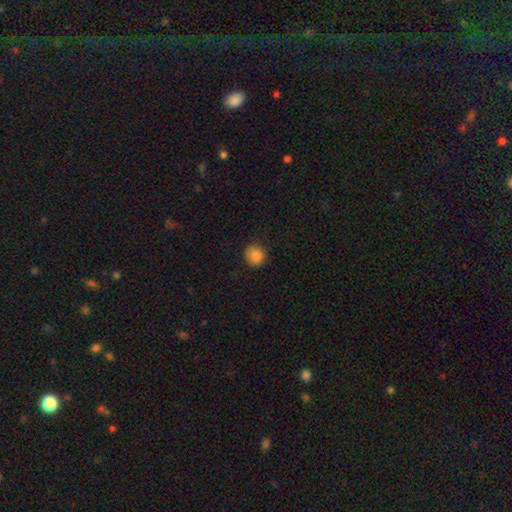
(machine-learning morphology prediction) A smooth galaxy with no disk features (85%) that is round (86%).

Vote fractions:
- Smooth or featured? smooth: 85% / star or artifact: 10% / featured or disk: 5%
- How rounded? round: 86% / in between: 13% / cigar-shaped: 1%
- Merging? none: 83% / minor disturbance: 13% / major disturbance: 3% / merger: 1%